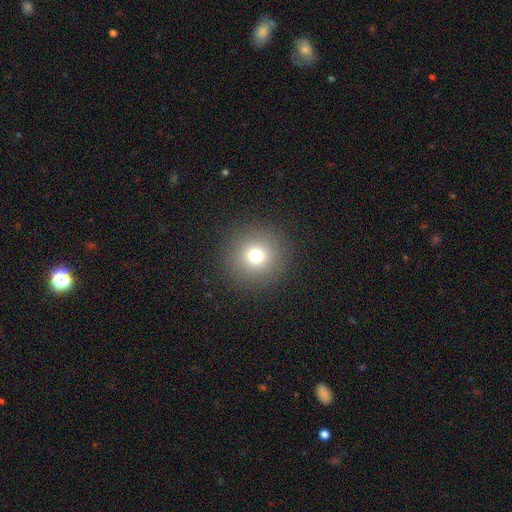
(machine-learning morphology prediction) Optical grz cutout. It shows a smooth galaxy with no disk features (74%) that is round (95%). Merging: none (91%).